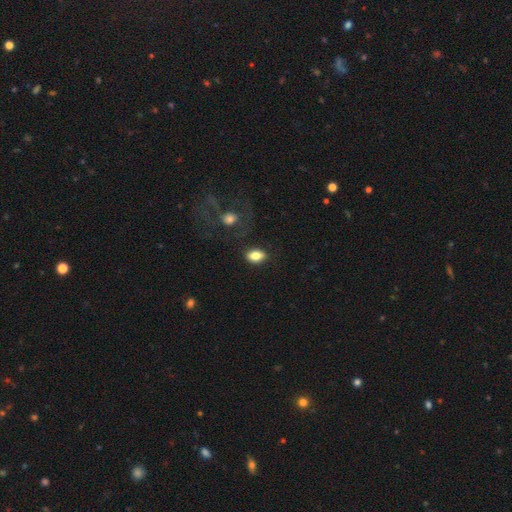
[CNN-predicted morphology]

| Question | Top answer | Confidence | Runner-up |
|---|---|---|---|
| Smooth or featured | smooth | 82% | featured or disk (10%) |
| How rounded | in between | 85% | round (13%) |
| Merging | none | 80% | minor disturbance (13%) |